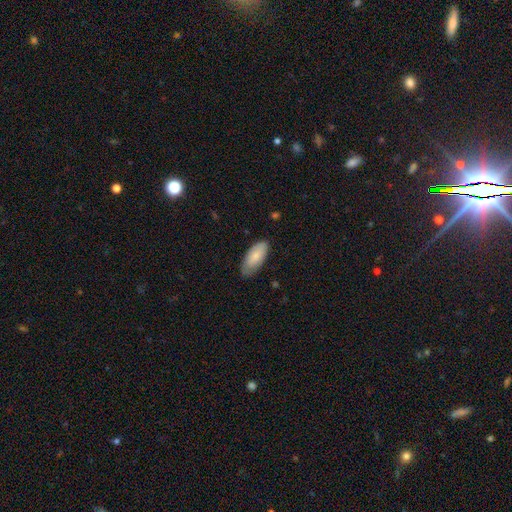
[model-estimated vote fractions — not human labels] smooth_or_featured: smooth (p=0.79) [alt: featured or disk p=0.15]
how_rounded: in between (p=0.89) [alt: cigar-shaped p=0.09]
merging: none (p=0.69) [alt: minor disturbance p=0.26]